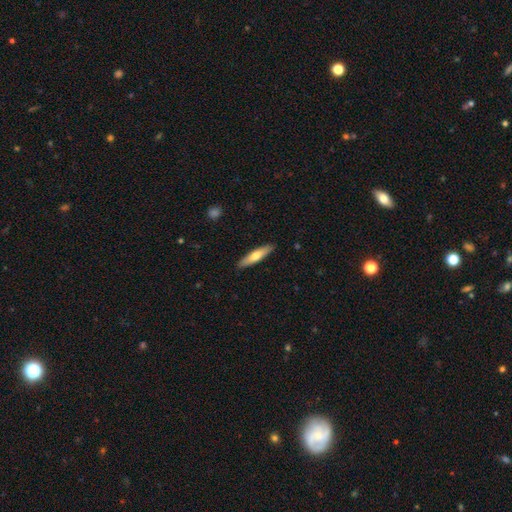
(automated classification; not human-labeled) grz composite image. It shows a smooth galaxy with no disk features (60%) that is cigar-shaped (82%). Merging: none (90%).